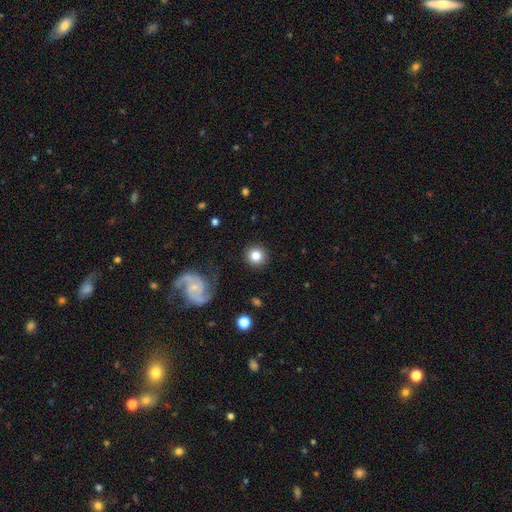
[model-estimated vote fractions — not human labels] Smooth or featured: smooth — 81% (featured or disk — 10%)
How rounded: round — 94% (in between — 5%)
Merging: none — 89% (minor disturbance — 6%)